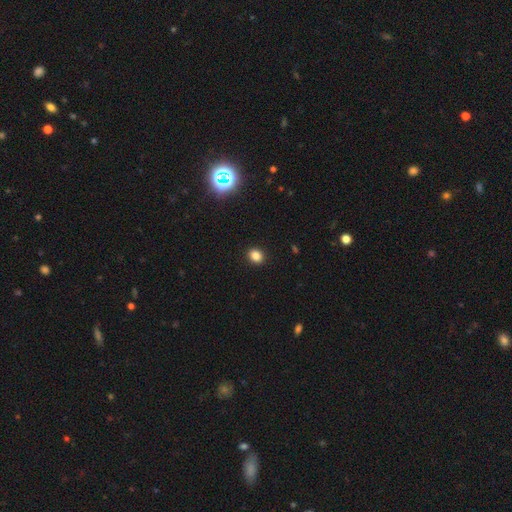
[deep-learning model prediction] A smooth galaxy with no disk features (84%) that is round (59%).

Vote fractions:
- Smooth or featured? smooth: 84% / star or artifact: 12% / featured or disk: 5%
- How rounded? round: 59% / in between: 40% / cigar-shaped: 1%
- Merging? none: 92% / minor disturbance: 6% / major disturbance: 2% / merger: 1%